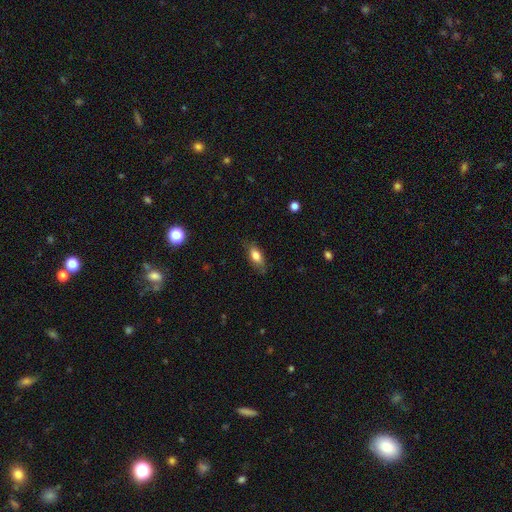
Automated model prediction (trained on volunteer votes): Smooth or featured: smooth — 76% (featured or disk — 17%)
How rounded: in between — 82% (cigar-shaped — 13%)
Merging: none — 74% (minor disturbance — 20%)